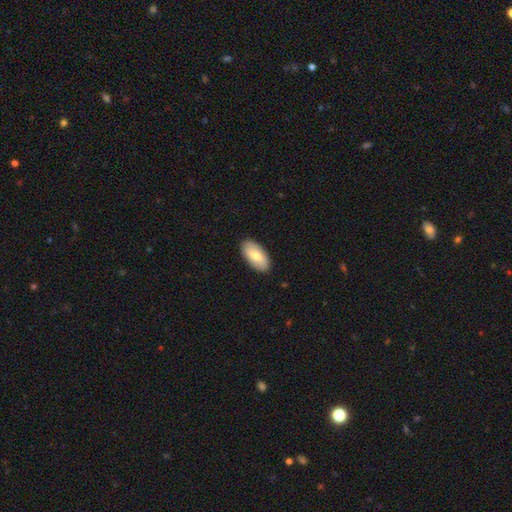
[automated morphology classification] Smooth or featured? Predicted: smooth (p=0.74). How rounded? Predicted: in between (p=0.94). Merging? Predicted: none (p=0.89).